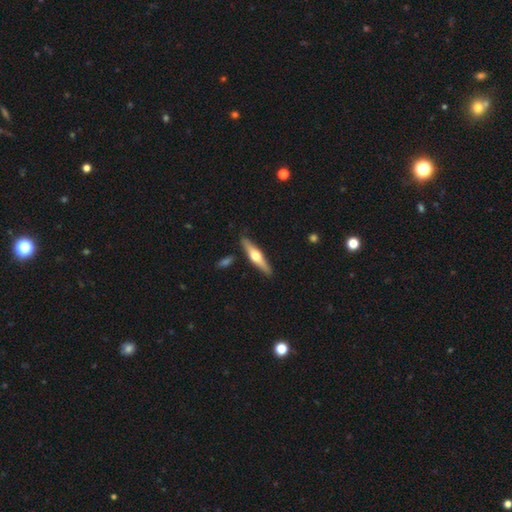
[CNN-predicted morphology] Smooth or featured? Predicted: featured or disk (p=0.62). Edge-on disk? Predicted: yes (p=0.96). Edge-on bulge? Predicted: rounded (p=0.95). Merging? Predicted: none (p=0.88).